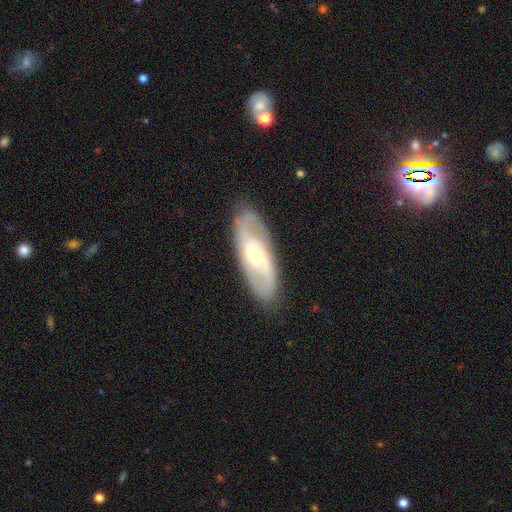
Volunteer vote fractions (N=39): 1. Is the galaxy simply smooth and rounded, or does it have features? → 74% featured or disk, 18% smooth, 8% star or artifact.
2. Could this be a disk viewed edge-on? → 90% no, 10% yes.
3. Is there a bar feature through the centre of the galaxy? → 50% no, 46% weak, 4% strong.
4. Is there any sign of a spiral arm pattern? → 100% yes, 0% no.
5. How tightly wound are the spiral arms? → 50% loose, 31% medium, 19% tight.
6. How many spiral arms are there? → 92% 2, 8% can't tell, 0% 1, 0% 3, 0% 4, 0% more than 4.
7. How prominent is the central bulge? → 50% moderate, 35% small, 15% large, 0% dominant, 0% none.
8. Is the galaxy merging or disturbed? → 86% none, 6% minor disturbance, 6% merger, 3% major disturbance.